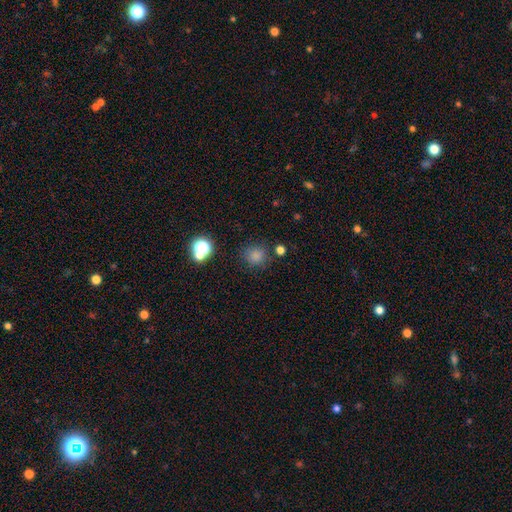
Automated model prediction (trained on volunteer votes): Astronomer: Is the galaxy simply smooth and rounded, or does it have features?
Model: smooth — 79%.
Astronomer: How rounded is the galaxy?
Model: round — 88%.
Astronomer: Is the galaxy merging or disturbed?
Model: none — 79%.